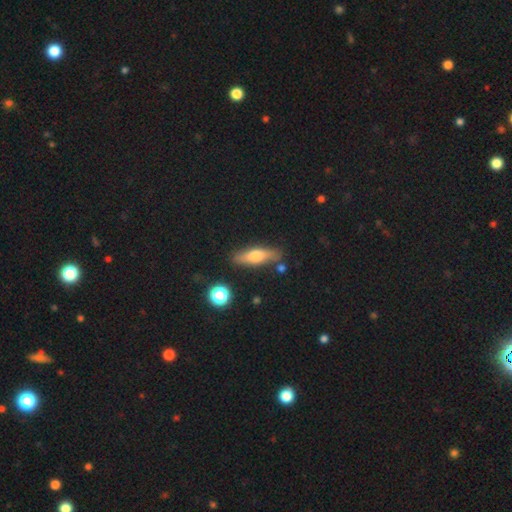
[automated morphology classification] Smooth or featured?
  - smooth: 59% *
  - featured or disk: 33%
  - star or artifact: 7%
How rounded?
  - cigar-shaped: 56% *
  - in between: 40%
  - round: 3%
Merging?
  - none: 81% *
  - minor disturbance: 12%
  - merger: 4%
  - major disturbance: 3%